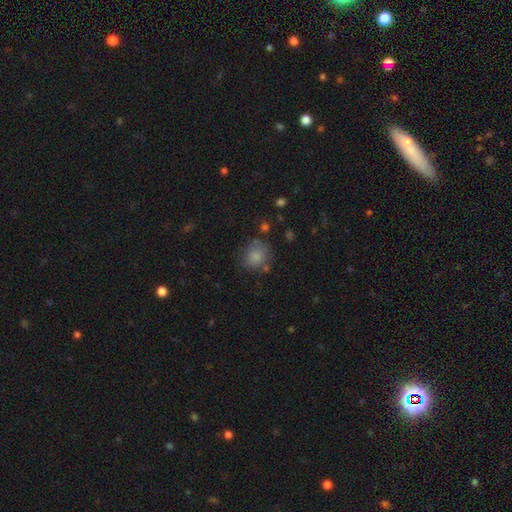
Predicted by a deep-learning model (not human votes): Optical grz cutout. It shows a smooth galaxy with no disk features (81%) that is round (79%). Merging: none (67%).